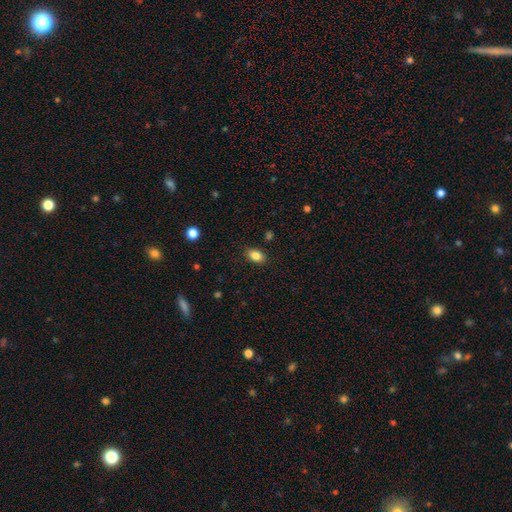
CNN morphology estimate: A smooth galaxy with no disk features (85%) that is in between round and cigar-shaped (83%).

Vote fractions:
- Smooth or featured? smooth: 85% / star or artifact: 9% / featured or disk: 6%
- How rounded? in between: 83% / round: 16% / cigar-shaped: 2%
- Merging? none: 86% / minor disturbance: 10% / major disturbance: 2% / merger: 1%